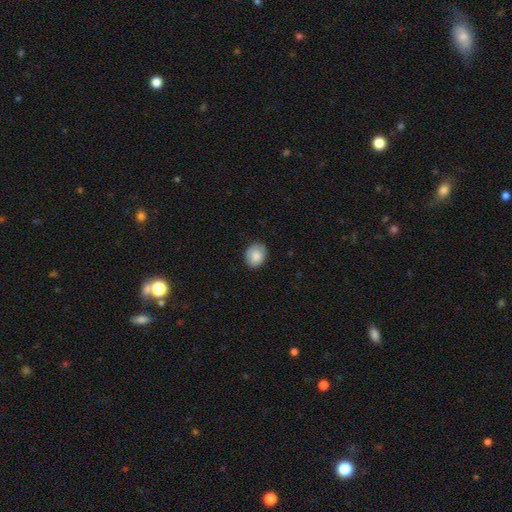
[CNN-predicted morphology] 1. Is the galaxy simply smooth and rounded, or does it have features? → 83% smooth, 10% featured or disk, 7% star or artifact.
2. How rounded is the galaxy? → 57% in between, 42% round, 1% cigar-shaped.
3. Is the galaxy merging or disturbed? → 83% none, 14% minor disturbance, 3% major disturbance, 1% merger.